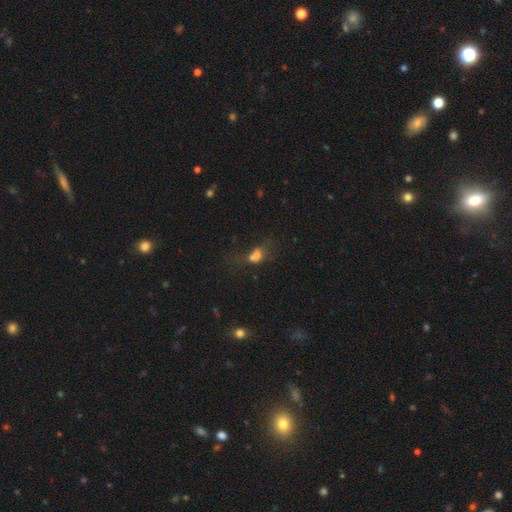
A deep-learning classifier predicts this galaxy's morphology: Q: Smooth or featured?
A: smooth (62%); runner-up: star or artifact (19%)
Q: How rounded?
A: in between (67%); runner-up: round (28%)
Q: Merging?
A: merger (30%); runner-up: none (27%)